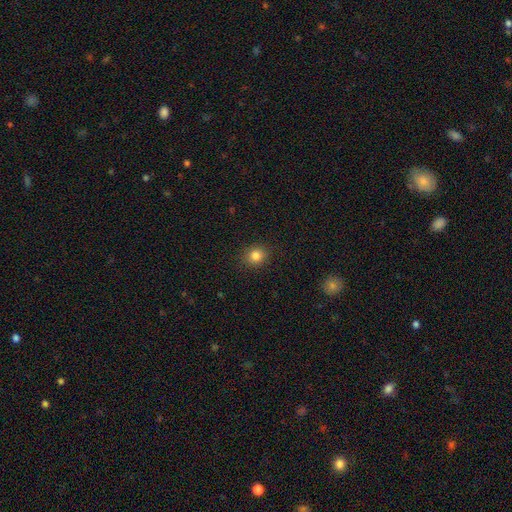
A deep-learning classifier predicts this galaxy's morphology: A smooth galaxy with no disk features (83%) that is round (81%).

Vote fractions:
- Smooth or featured? smooth: 83% / star or artifact: 12% / featured or disk: 5%
- How rounded? round: 81% / in between: 18% / cigar-shaped: 1%
- Merging? none: 90% / minor disturbance: 7% / major disturbance: 2% / merger: 1%